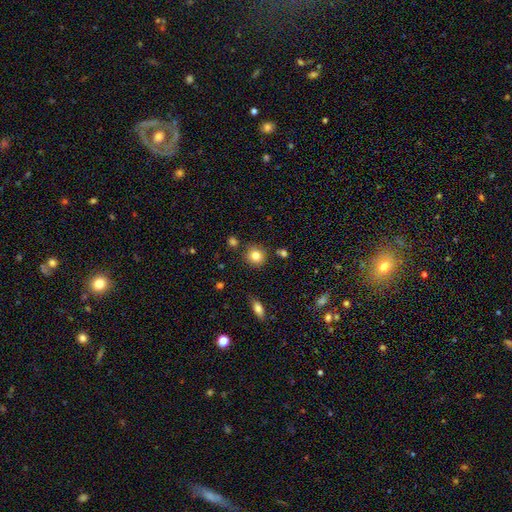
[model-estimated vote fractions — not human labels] Morphology: type=smooth (83%); roundness=round (89%); merging=none (85%).